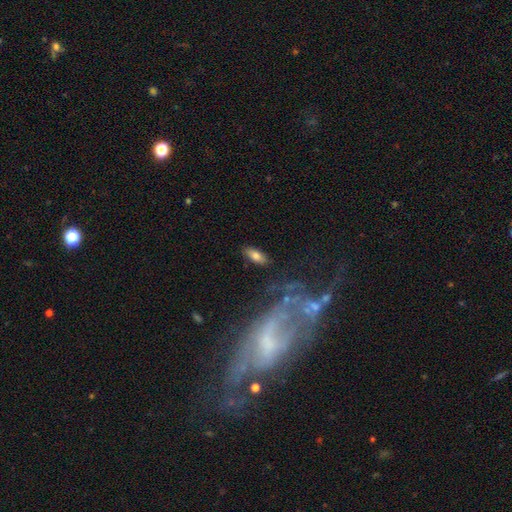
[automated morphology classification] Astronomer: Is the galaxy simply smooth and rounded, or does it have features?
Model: smooth — 75%.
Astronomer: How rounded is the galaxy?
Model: in between — 82%.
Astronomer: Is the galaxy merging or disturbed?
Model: none — 83%.